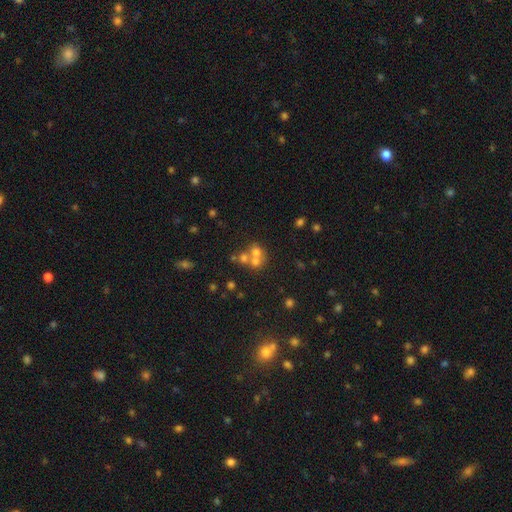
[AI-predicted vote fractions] Overall: smooth (56%; featured or disk 27%). How rounded: round (76%). Merging: merger (59%; none 31%).